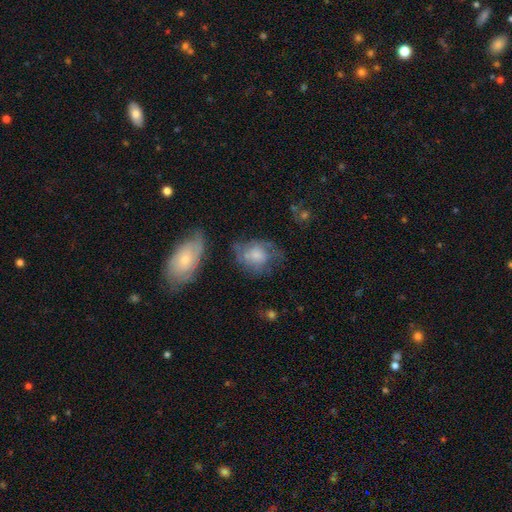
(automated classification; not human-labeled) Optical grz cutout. It shows a smooth galaxy with no disk features (48%). Merging: none (41%).